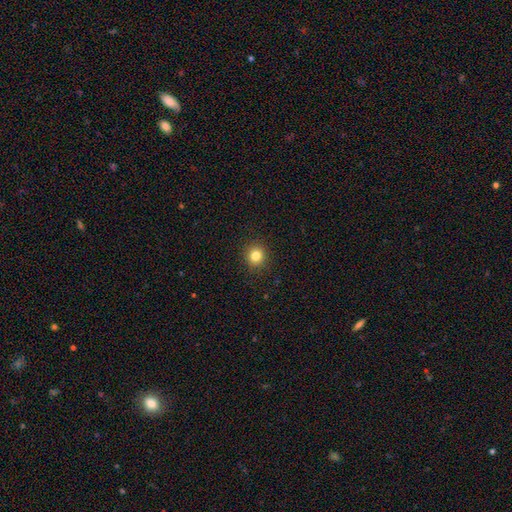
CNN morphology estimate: This appears to be a smooth galaxy with no disk features (82%) that is round (89%). Merging: none (92%).